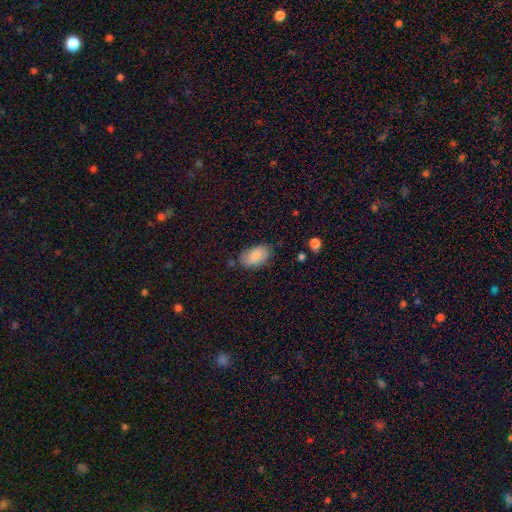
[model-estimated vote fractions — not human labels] Smooth or featured? Predicted: smooth (p=0.82). How rounded? Predicted: in between (p=0.93). Merging? Predicted: none (p=0.71).